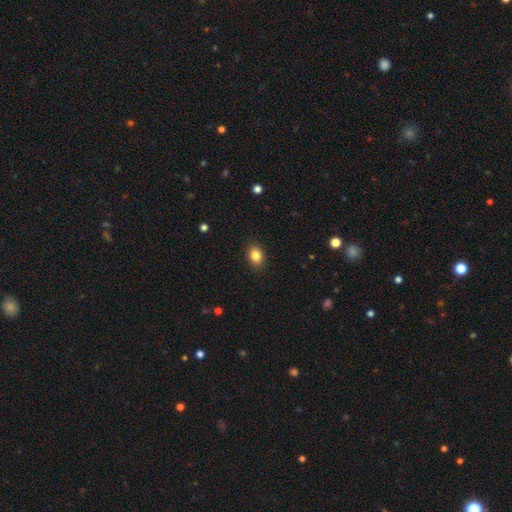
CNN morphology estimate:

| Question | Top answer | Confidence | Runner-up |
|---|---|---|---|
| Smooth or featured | smooth | 84% | star or artifact (9%) |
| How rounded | in between | 69% | round (30%) |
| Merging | none | 89% | minor disturbance (8%) |